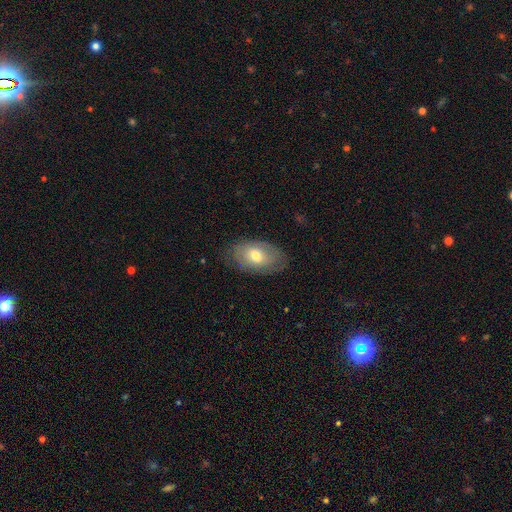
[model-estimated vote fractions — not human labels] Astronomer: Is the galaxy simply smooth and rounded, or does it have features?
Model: smooth — 64%.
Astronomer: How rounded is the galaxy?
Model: in between — 92%.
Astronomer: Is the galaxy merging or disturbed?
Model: none — 75%.